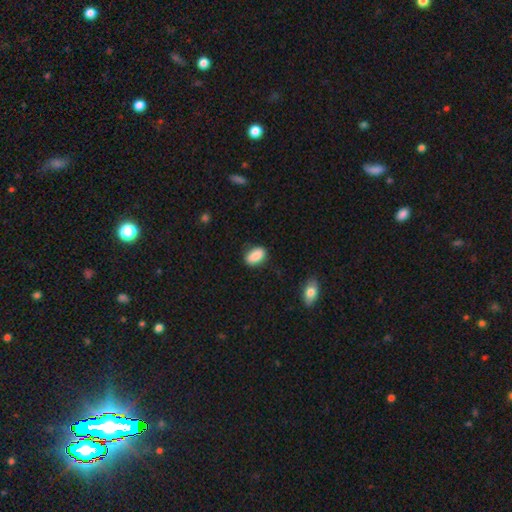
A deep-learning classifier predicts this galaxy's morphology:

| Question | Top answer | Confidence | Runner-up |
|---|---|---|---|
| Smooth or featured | smooth | 88% | star or artifact (7%) |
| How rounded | in between | 89% | round (7%) |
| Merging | none | 80% | minor disturbance (15%) |